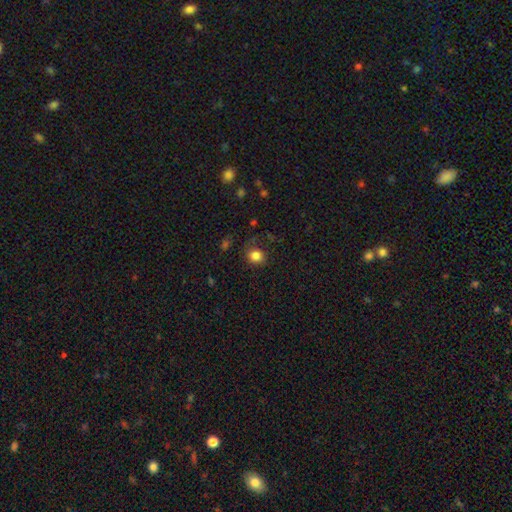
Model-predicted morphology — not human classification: Smooth or featured? Predicted: smooth (p=0.84). How rounded? Predicted: round (p=0.77). Merging? Predicted: none (p=0.80).